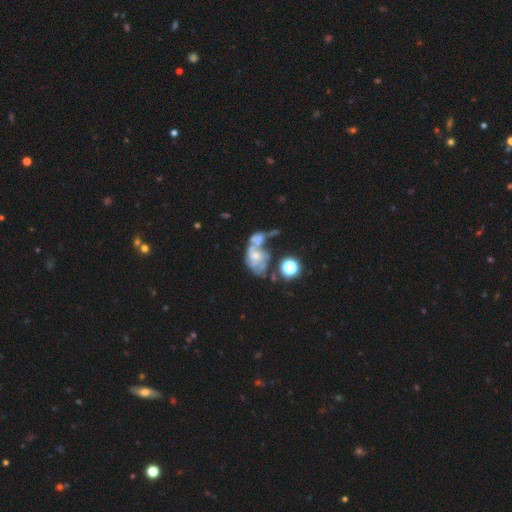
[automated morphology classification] This is likely a featured or disk galaxy (62%). It is clearly not viewed edge-on (97%). Bar: likely no (78%). Spiral arm pattern: possibly no (54%). Central bulge: marginally small (38%). Merging: possibly merger (46%).